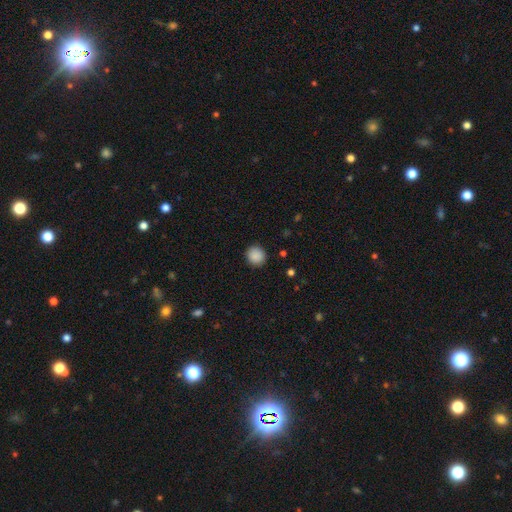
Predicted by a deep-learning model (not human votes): Overall: smooth (89%). How rounded: round (89%). Merging: none (90%).